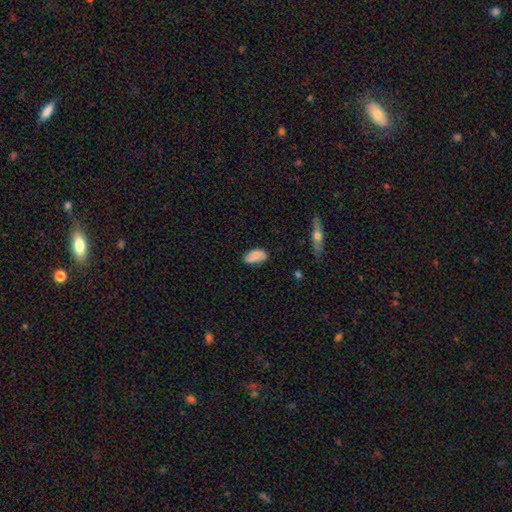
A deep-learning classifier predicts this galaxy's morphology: A smooth galaxy with no disk features (75%) that is in between round and cigar-shaped (93%). Merging: none (70%).